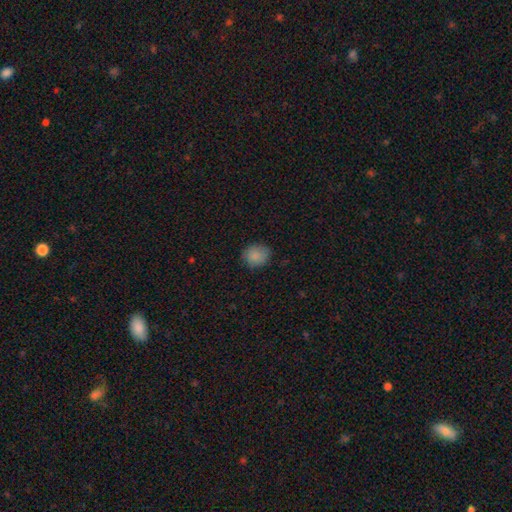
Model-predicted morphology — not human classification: type=smooth (86%); roundness=round (76%); merging=none (82%).